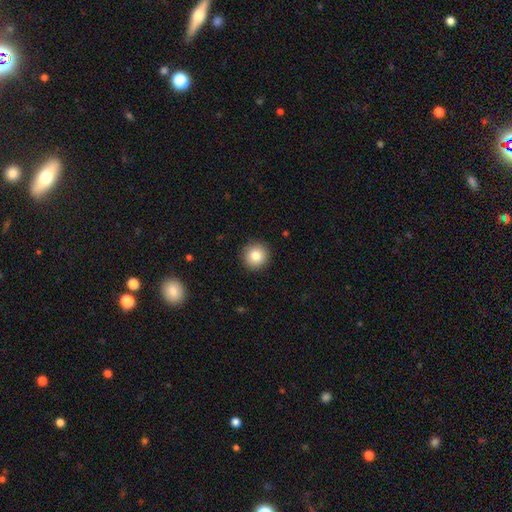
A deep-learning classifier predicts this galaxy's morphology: Smooth or featured: smooth — 81% (star or artifact — 10%)
How rounded: round — 95% (in between — 4%)
Merging: none — 92% (minor disturbance — 5%)